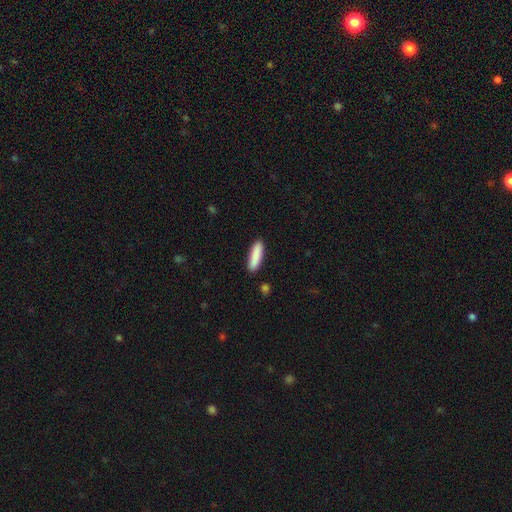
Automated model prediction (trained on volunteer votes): Overall: smooth (88%). How rounded: cigar-shaped (62%; in between 36%). Merging: none (88%).